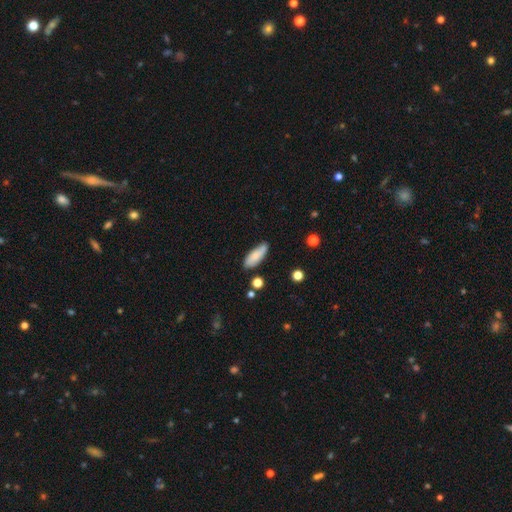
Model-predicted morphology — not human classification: This is clearly a smooth galaxy (80%). How rounded: likely in between (66%). Merging: likely none (74%).